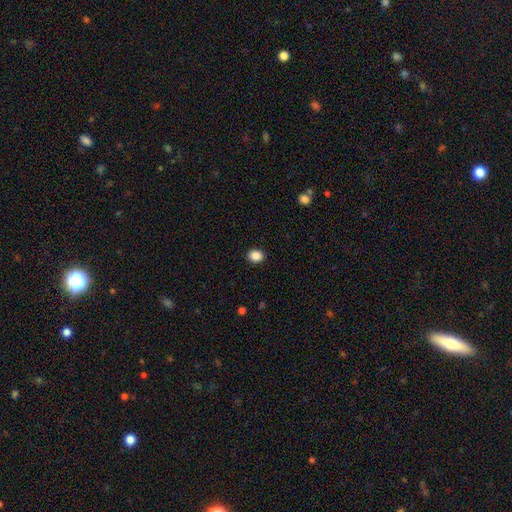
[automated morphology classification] A smooth galaxy with no disk features (88%) that is round (53%).

Vote fractions:
- Smooth or featured? smooth: 88% / star or artifact: 9% / featured or disk: 3%
- How rounded? round: 53% / in between: 46% / cigar-shaped: 1%
- Merging? none: 91% / minor disturbance: 6% / major disturbance: 2% / merger: 1%